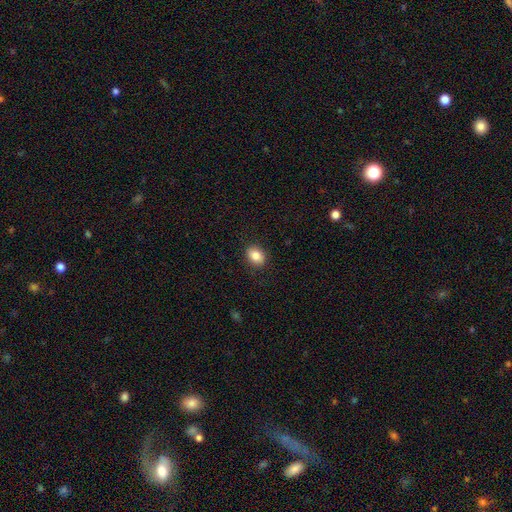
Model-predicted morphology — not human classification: Smooth or featured? smooth (84%)
How rounded? in between (60%)
Merging? none (89%)